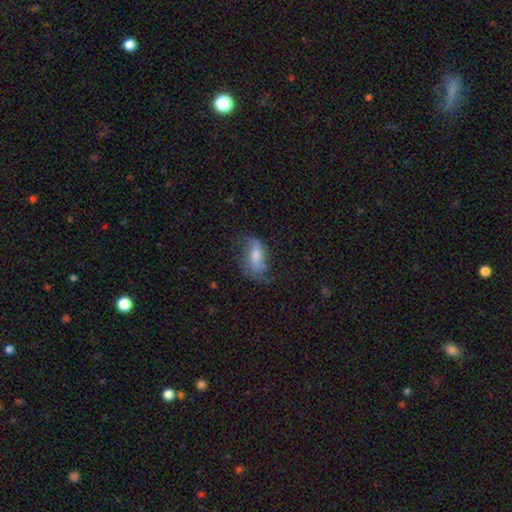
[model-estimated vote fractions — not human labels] featured or disk 54%, smooth 37%, star or artifact 9%. Down the decision tree: edge-on disk — no (92%); merging — none (52%).